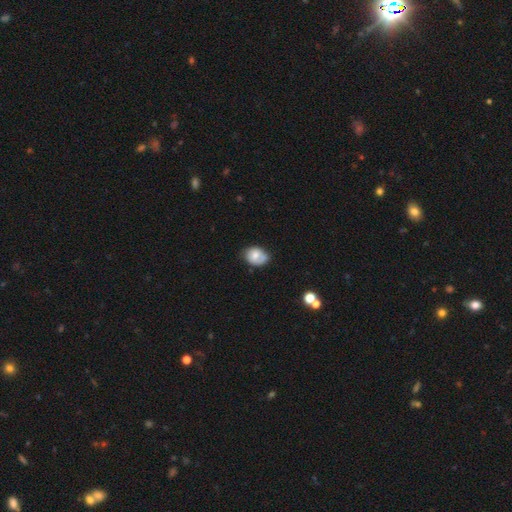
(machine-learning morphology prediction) Smooth or featured?
  - smooth: 70% *
  - featured or disk: 22%
  - star or artifact: 8%
How rounded?
  - in between: 58% *
  - round: 41%
  - cigar-shaped: 1%
Merging?
  - none: 54% *
  - minor disturbance: 33%
  - major disturbance: 8%
  - merger: 5%